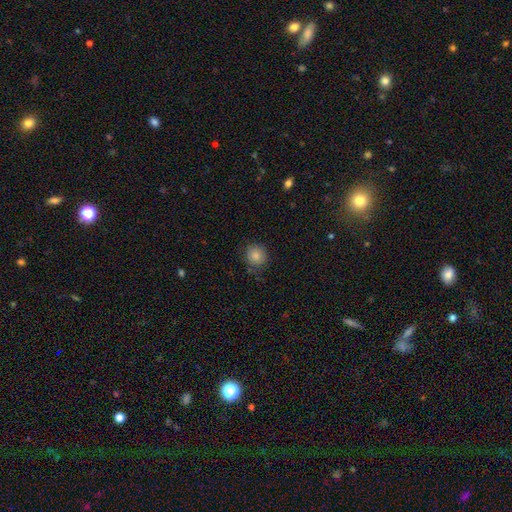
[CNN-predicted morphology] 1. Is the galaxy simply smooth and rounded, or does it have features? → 86% smooth, 10% star or artifact, 5% featured or disk.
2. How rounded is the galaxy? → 90% round, 9% in between, 1% cigar-shaped.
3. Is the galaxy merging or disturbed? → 80% none, 14% minor disturbance, 4% major disturbance, 2% merger.